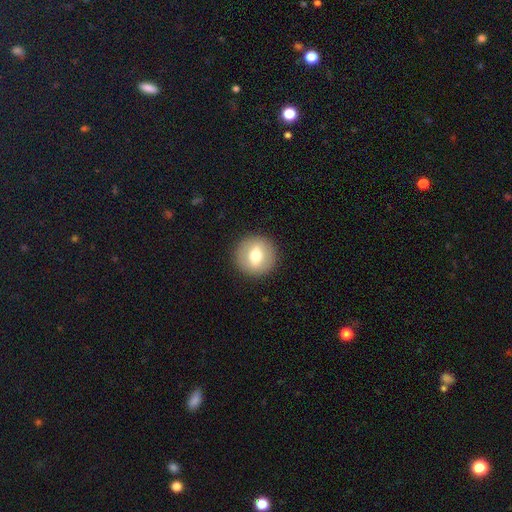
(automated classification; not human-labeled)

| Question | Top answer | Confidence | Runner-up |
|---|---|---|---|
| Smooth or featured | smooth | 62% | featured or disk (30%) |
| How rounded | round | 90% | in between (9%) |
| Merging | none | 90% | minor disturbance (6%) |